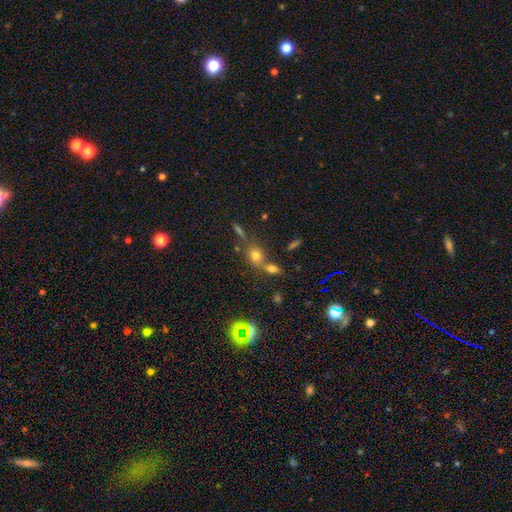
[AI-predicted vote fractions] The model was most divided on "how rounded": in between: 54%, round: 42%, cigar-shaped: 3%. More confident: smooth or featured — smooth (71%); merging — none (55%).